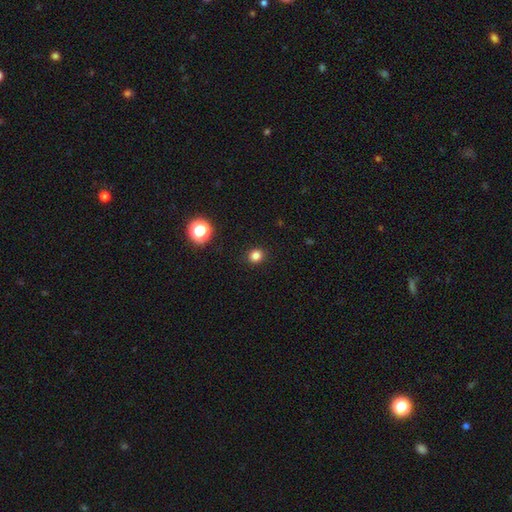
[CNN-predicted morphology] Smooth or featured?
  - smooth: 81% *
  - star or artifact: 15%
  - featured or disk: 4%
How rounded?
  - round: 84% *
  - in between: 15%
  - cigar-shaped: 1%
Merging?
  - none: 92% *
  - minor disturbance: 5%
  - major disturbance: 2%
  - merger: 1%